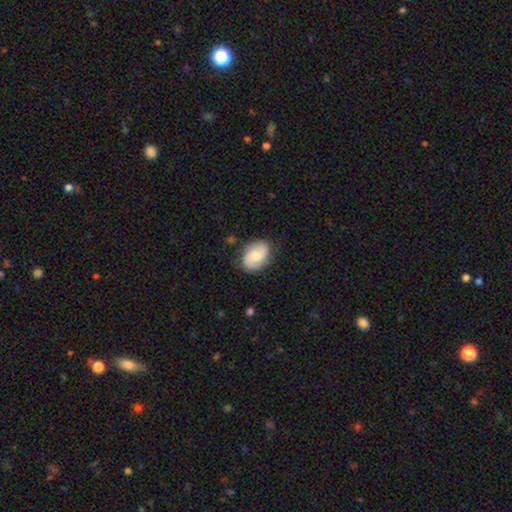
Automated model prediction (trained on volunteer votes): Smooth or featured? featured or disk (49%)
Merging? none (78%)